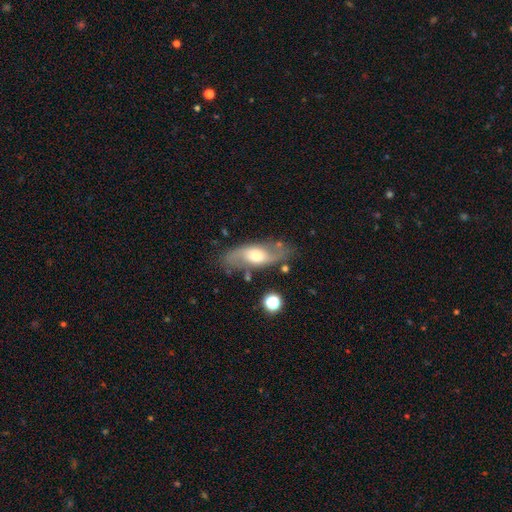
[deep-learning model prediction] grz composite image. It shows a featured or disk galaxy (61%). Merging: none (73%).